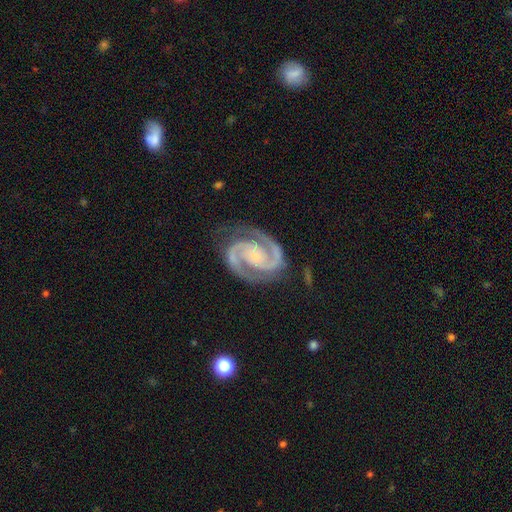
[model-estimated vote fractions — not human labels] Smooth or featured? featured or disk (94%)
Edge-on disk? no (98%)
Bar? no (64%)
Spiral arms? yes (99%)
Spiral winding? tight (54%)
Spiral arm count? 2 (95%)
Bulge size? small (73%)
Merging? none (81%)